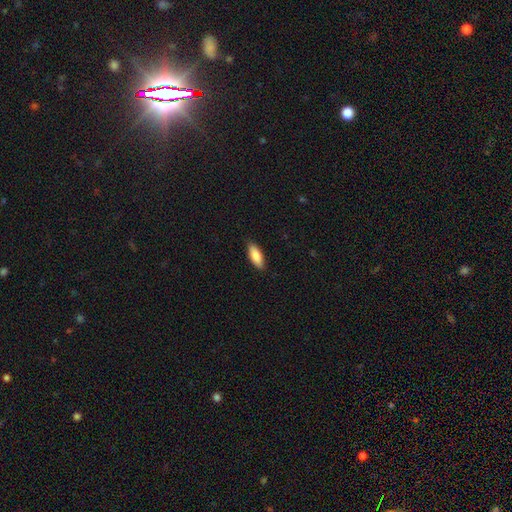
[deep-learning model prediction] Smooth or featured? smooth (85%)
How rounded? in between (72%)
Merging? none (88%)